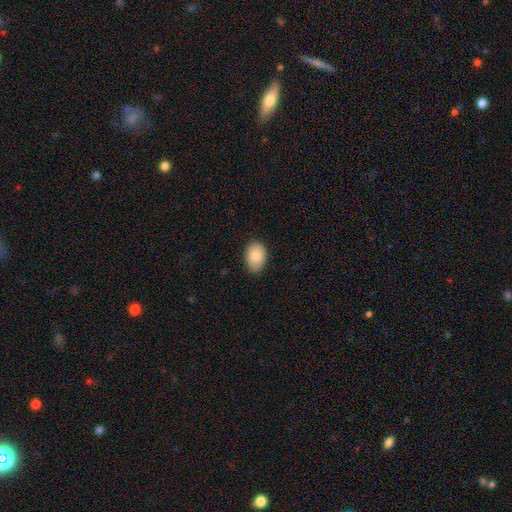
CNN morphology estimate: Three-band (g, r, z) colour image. It shows a smooth galaxy with no disk features (85%) that is in between round and cigar-shaped (83%). Merging: none (84%).